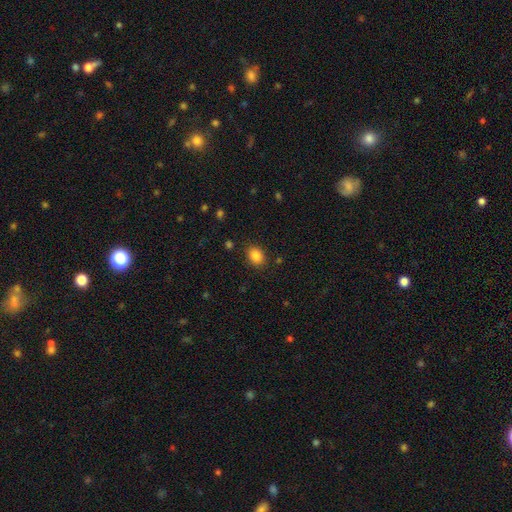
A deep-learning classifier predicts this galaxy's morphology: smooth-or-featured: smooth: 85% | star or artifact: 10% | featured or disk: 5%
  how-rounded: in between: 60% | round: 39% | cigar-shaped: 1%
  merging: none: 86% | minor disturbance: 10% | major disturbance: 3% | merger: 2%